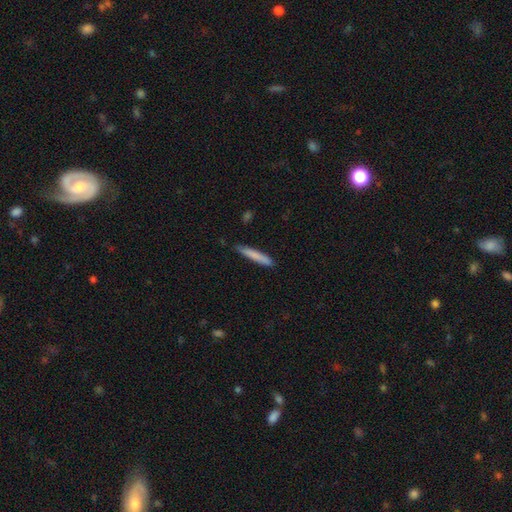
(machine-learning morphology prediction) Smooth or featured? Predicted: smooth (p=0.79). How rounded? Predicted: cigar-shaped (p=0.94). Merging? Predicted: none (p=0.85).